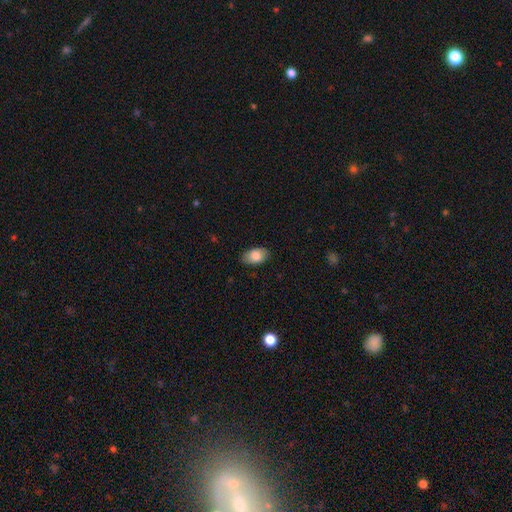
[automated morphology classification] smooth_or_featured: smooth (p=0.84) [alt: featured or disk p=0.09]
how_rounded: in between (p=0.92) [alt: round p=0.06]
merging: none (p=0.86) [alt: minor disturbance p=0.11]